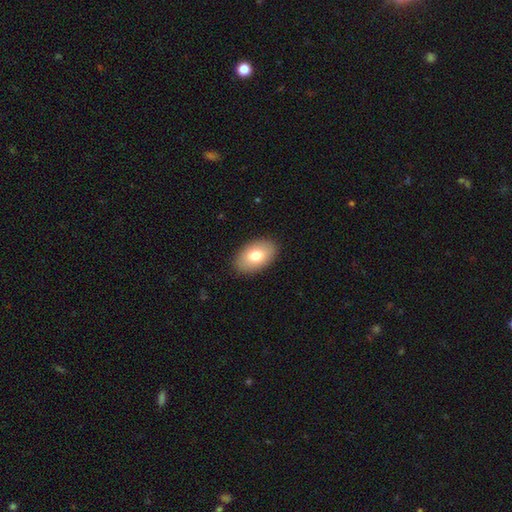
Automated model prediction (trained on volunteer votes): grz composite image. It shows a smooth galaxy with no disk features (77%) that is in between round and cigar-shaped (92%). Merging: none (89%).